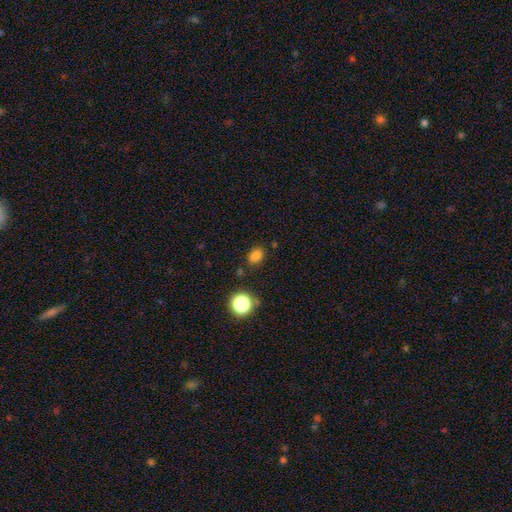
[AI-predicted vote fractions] This is likely a smooth galaxy (76%). How rounded: likely in between (64%). Merging: likely none (74%).